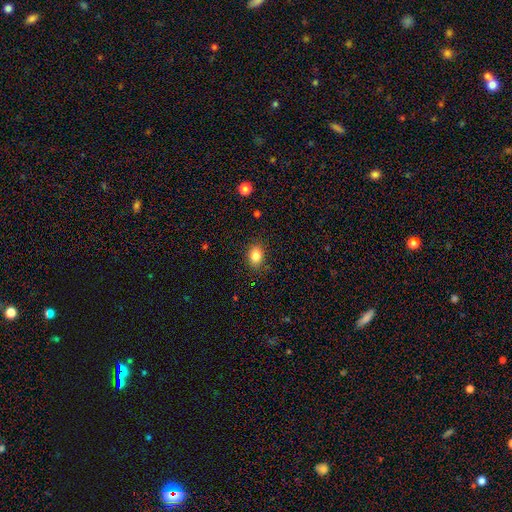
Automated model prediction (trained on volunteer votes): Smooth or featured?
  - smooth: 84% *
  - star or artifact: 10%
  - featured or disk: 6%
How rounded?
  - in between: 66% *
  - round: 33%
  - cigar-shaped: 1%
Merging?
  - none: 86% *
  - minor disturbance: 10%
  - major disturbance: 3%
  - merger: 1%